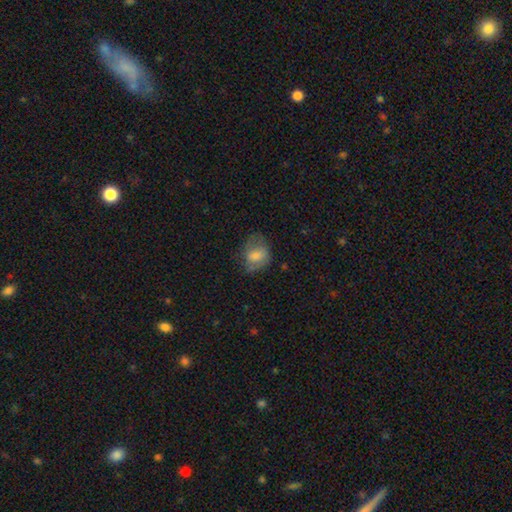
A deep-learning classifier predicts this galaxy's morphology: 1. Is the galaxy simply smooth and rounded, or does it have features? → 67% smooth, 24% featured or disk, 9% star or artifact.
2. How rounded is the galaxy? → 52% in between, 47% round, 1% cigar-shaped.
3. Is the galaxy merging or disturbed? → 58% none, 26% minor disturbance, 14% major disturbance, 1% merger.